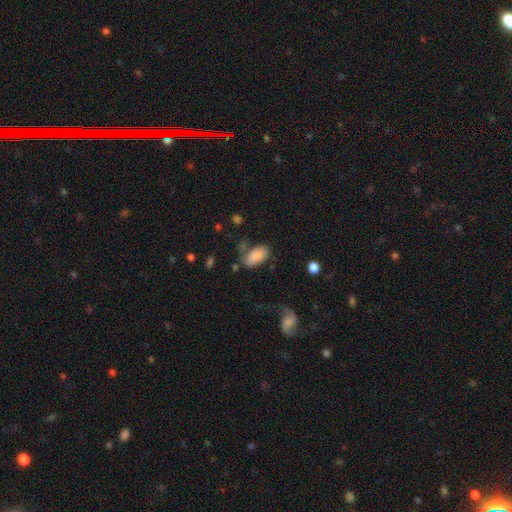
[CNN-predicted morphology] Q: Smooth or featured?
A: smooth (81%); runner-up: featured or disk (11%)
Q: How rounded?
A: in between (94%); runner-up: round (4%)
Q: Merging?
A: none (49%); runner-up: minor disturbance (26%)